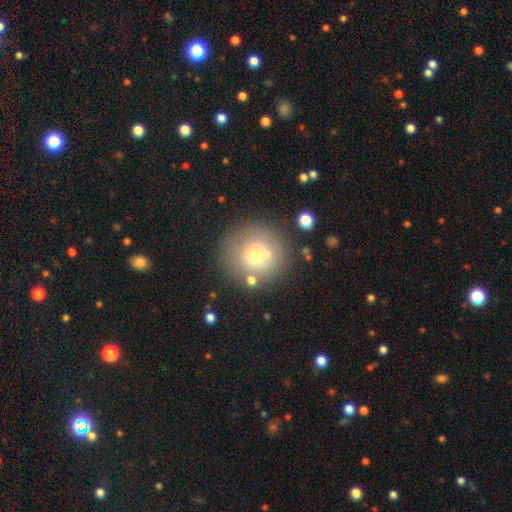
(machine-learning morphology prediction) This appears to be a smooth galaxy with no disk features (69%) that is round (95%). Merging: none (76%).